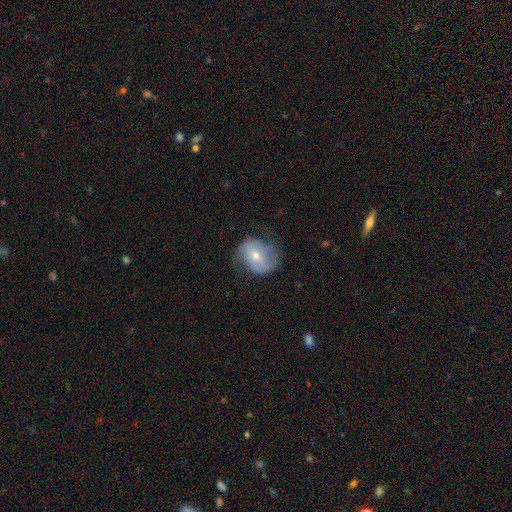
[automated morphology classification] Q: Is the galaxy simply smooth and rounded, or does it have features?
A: featured or disk — 53%.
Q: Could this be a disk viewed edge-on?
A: no — 95%.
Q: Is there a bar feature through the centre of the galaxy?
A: no — 52%.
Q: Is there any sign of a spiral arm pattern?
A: yes — 68%.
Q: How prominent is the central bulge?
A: moderate — 55%.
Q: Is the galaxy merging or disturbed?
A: none — 62%.